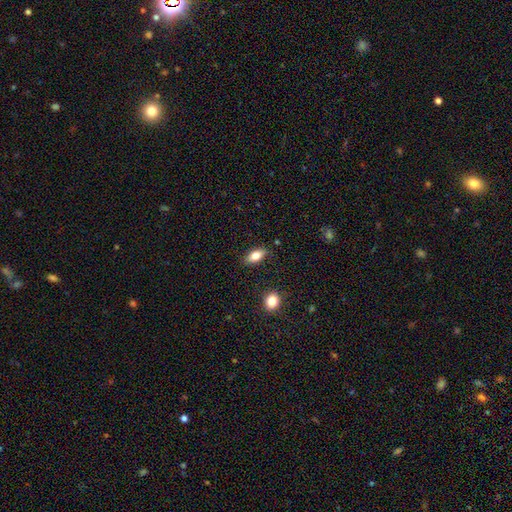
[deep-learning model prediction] A smooth galaxy with no disk features (75%) that is in between round and cigar-shaped (84%). Merging: none (85%).